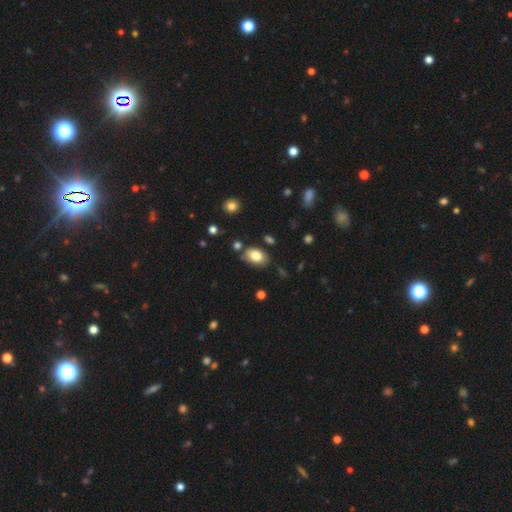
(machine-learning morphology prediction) A smooth galaxy with no disk features (80%) that is in between round and cigar-shaped (85%). Merging: none (69%).